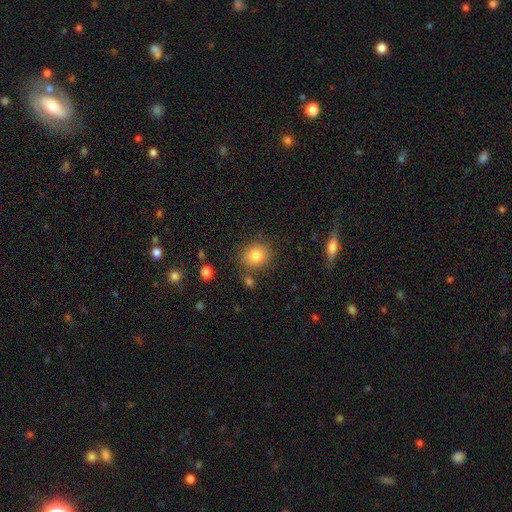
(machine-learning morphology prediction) type=smooth (80%); roundness=round (72%); merging=none (80%).